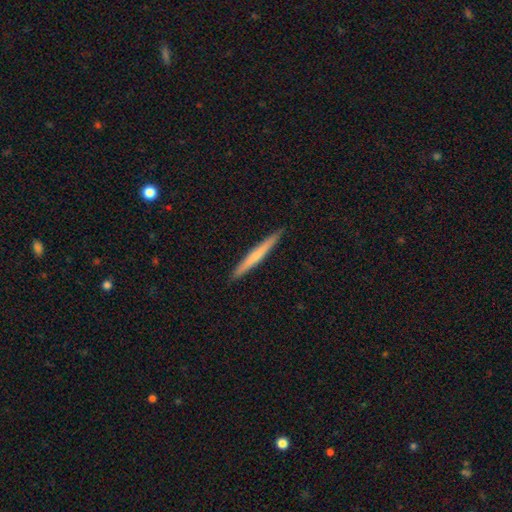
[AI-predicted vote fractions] Overall: smooth (53%; featured or disk 42%). How rounded: cigar-shaped (97%). Merging: none (92%).